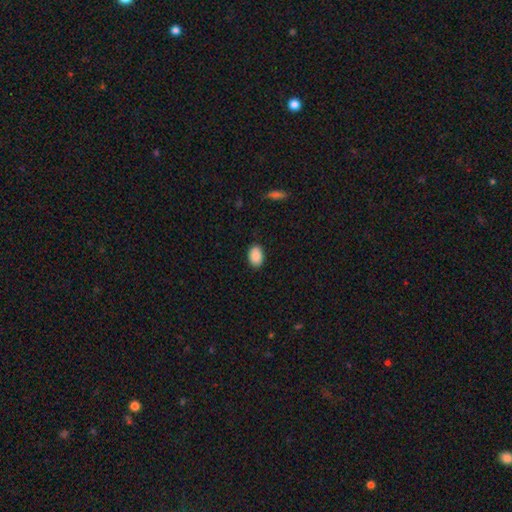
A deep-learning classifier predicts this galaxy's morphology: Smooth or featured? Predicted: smooth (p=0.90). How rounded? Predicted: in between (p=0.87). Merging? Predicted: none (p=0.88).